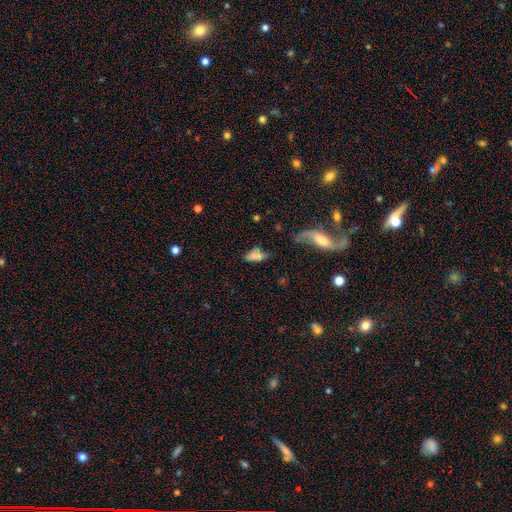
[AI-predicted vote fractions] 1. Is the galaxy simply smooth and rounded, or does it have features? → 75% smooth, 14% featured or disk, 11% star or artifact.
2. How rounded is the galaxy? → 82% in between, 14% cigar-shaped, 4% round.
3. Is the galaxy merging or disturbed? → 47% none, 29% minor disturbance, 15% major disturbance, 10% merger.